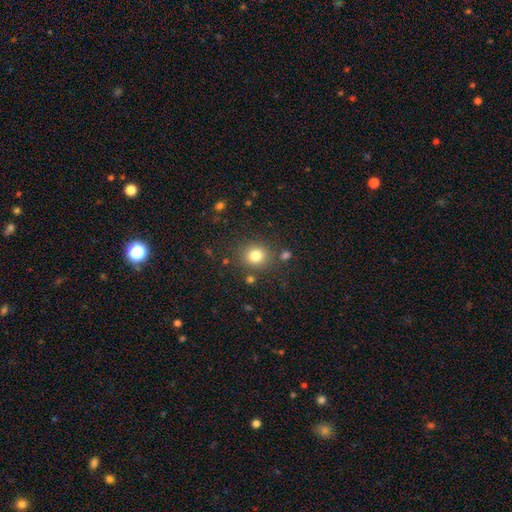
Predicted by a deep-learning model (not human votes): Q: Smooth or featured?
A: smooth (80%); runner-up: star or artifact (13%)
Q: How rounded?
A: round (80%); runner-up: in between (19%)
Q: Merging?
A: none (82%); runner-up: minor disturbance (9%)